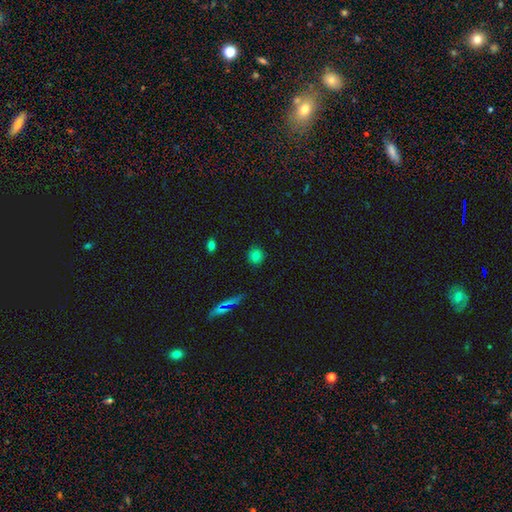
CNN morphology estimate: smooth-or-featured: smooth: 80% | star or artifact: 12% | featured or disk: 9%
  how-rounded: round: 84% | in between: 14% | cigar-shaped: 2%
  merging: none: 88% | minor disturbance: 8% | major disturbance: 2% | merger: 1%